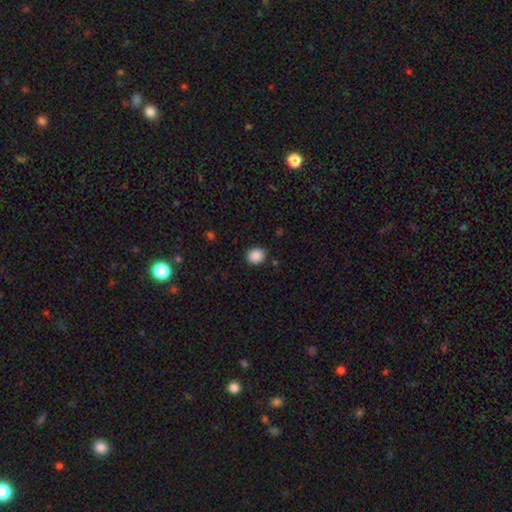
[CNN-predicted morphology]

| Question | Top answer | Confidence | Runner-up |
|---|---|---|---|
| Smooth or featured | smooth | 89% | star or artifact (9%) |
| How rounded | round | 67% | in between (33%) |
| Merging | none | 87% | minor disturbance (9%) |